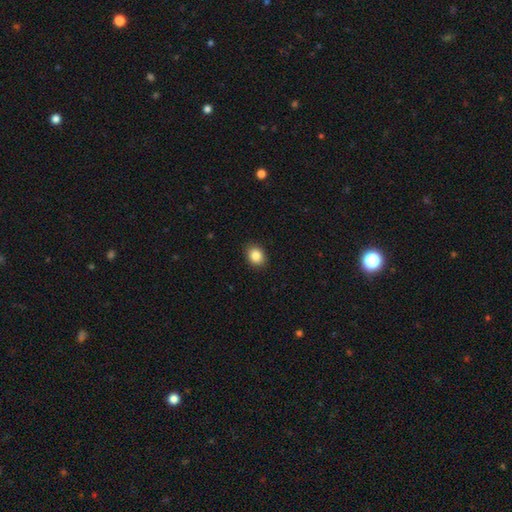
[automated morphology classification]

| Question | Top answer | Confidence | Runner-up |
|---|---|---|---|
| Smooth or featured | smooth | 86% | star or artifact (9%) |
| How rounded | round | 51% | in between (48%) |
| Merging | none | 90% | minor disturbance (7%) |